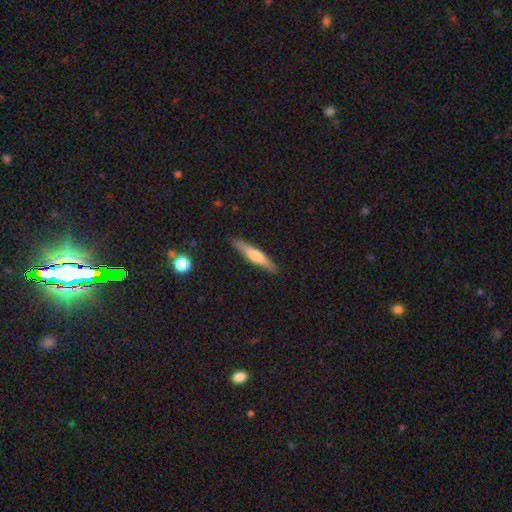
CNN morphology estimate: smooth-or-featured: smooth: 52% | featured or disk: 43% | star or artifact: 6%
  how-rounded: cigar-shaped: 89% | in between: 10% | round: 1%
  merging: none: 90% | minor disturbance: 8% | major disturbance: 2% | merger: 1%